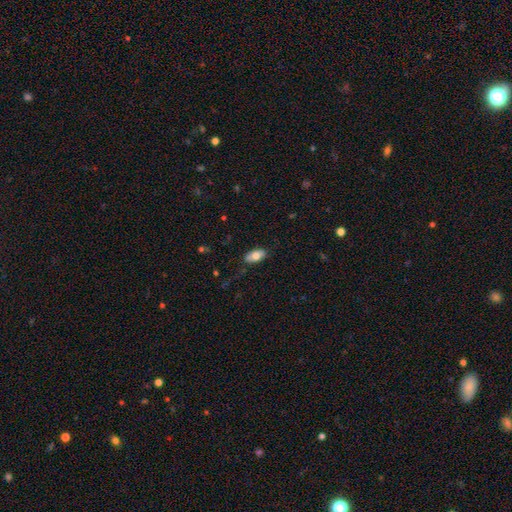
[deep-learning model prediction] Smooth or featured: smooth — 76% (featured or disk — 17%)
How rounded: in between — 92% (cigar-shaped — 4%)
Merging: none — 79% (minor disturbance — 15%)